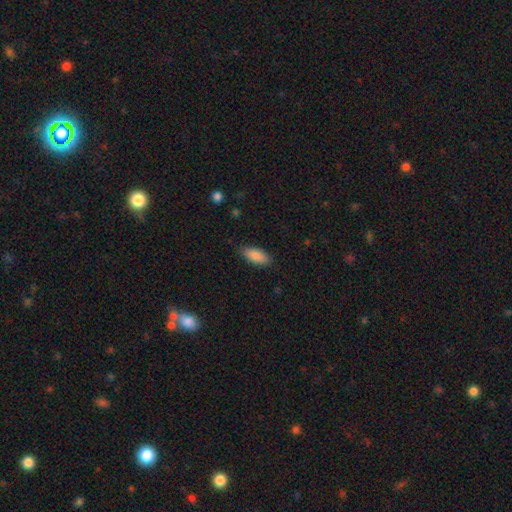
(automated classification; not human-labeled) The model was most divided on "how rounded": in between: 83%, cigar-shaped: 16%, round: 2%. More confident: smooth or featured — smooth (88%); merging — none (84%).